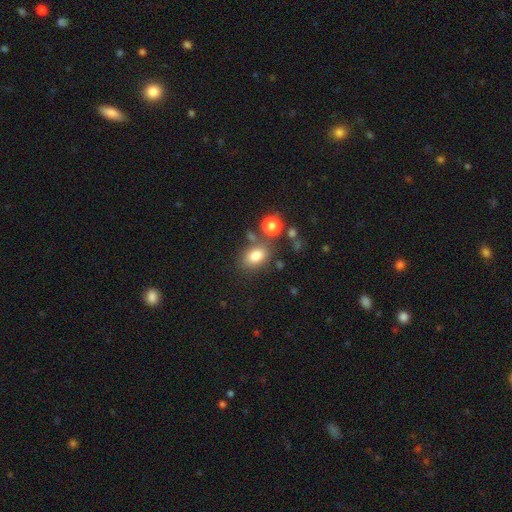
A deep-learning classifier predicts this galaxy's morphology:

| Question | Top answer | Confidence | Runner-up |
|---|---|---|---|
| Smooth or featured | smooth | 80% | star or artifact (11%) |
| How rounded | in between | 79% | round (20%) |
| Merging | none | 68% | minor disturbance (14%) |